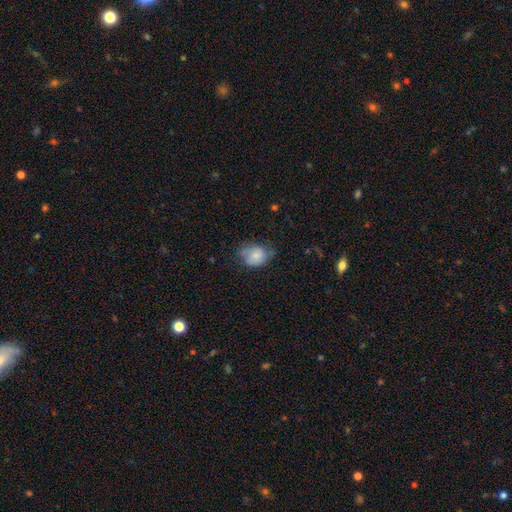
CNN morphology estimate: Q: Smooth or featured?
A: smooth (72%); runner-up: featured or disk (20%)
Q: How rounded?
A: in between (54%); runner-up: round (45%)
Q: Merging?
A: none (47%); runner-up: minor disturbance (38%)